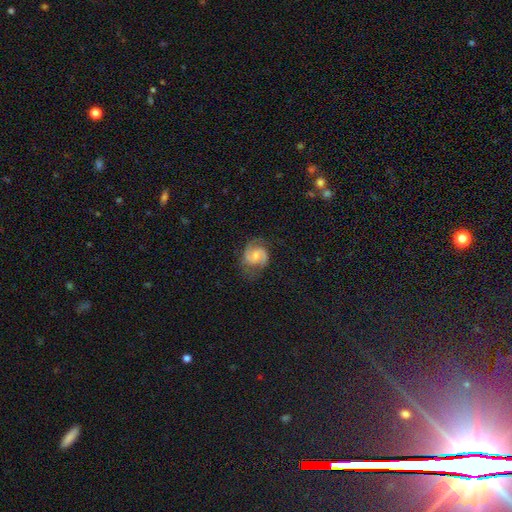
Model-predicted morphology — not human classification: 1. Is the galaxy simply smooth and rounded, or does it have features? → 85% featured or disk, 10% smooth, 6% star or artifact.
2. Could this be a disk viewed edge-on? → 98% no, 2% yes.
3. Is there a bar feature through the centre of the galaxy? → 50% weak, 39% no, 11% strong.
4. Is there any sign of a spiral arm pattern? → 97% yes, 3% no.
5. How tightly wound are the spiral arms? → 55% medium, 28% tight, 17% loose.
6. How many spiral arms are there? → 91% 2, 4% can't tell, 2% 1, 1% 3, 1% 4, 1% more than 4.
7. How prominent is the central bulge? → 51% moderate, 39% small, 6% none, 4% large, 1% dominant.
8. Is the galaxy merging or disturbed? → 74% none, 18% minor disturbance, 7% major disturbance, 1% merger.